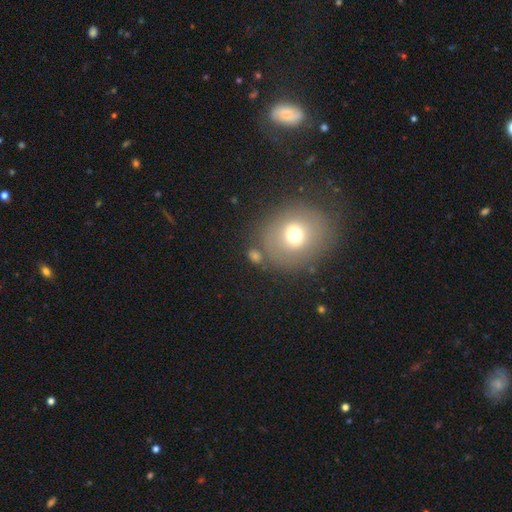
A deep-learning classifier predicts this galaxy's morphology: Smooth or featured? smooth (64%)
How rounded? round (77%)
Merging? none (72%)